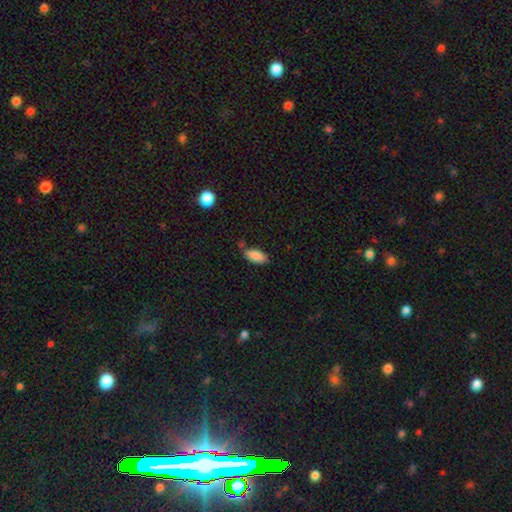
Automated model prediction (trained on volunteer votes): The model was most divided on "merging": none: 66%, minor disturbance: 23%, merger: 7%, major disturbance: 5%. More confident: how rounded — in between (91%); smooth or featured — smooth (86%).